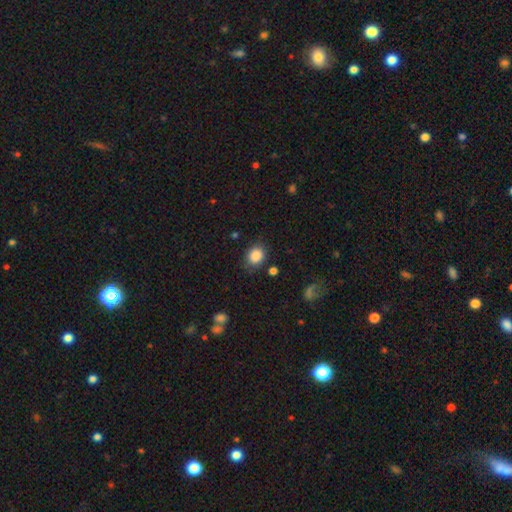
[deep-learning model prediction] Q: Smooth or featured?
A: smooth (87%); runner-up: star or artifact (9%)
Q: How rounded?
A: round (60%); runner-up: in between (39%)
Q: Merging?
A: none (79%); runner-up: minor disturbance (14%)